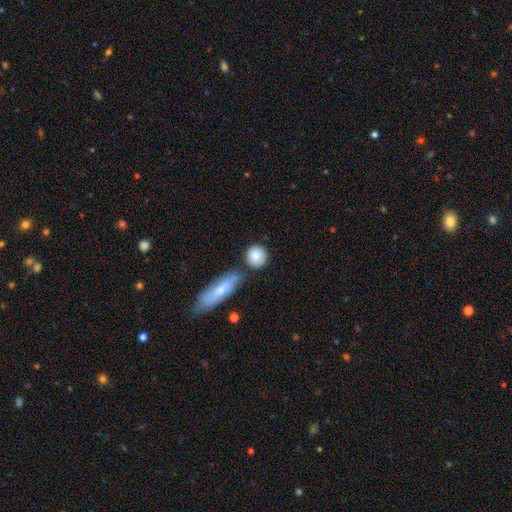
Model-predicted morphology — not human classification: smooth 83%, featured or disk 11%, star or artifact 7%. Down the decision tree: how rounded — round (85%); merging — none (71%).